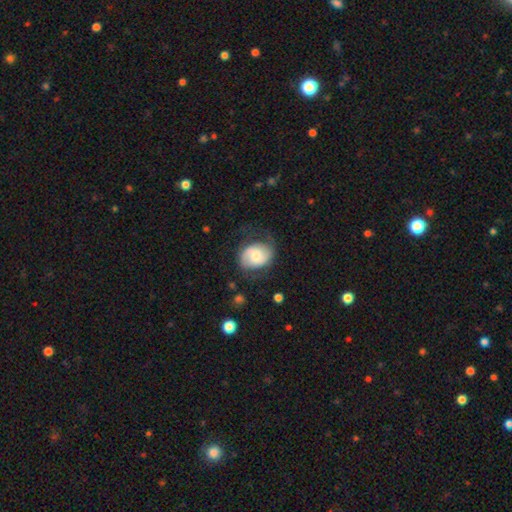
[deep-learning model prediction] smooth-or-featured: featured or disk: 56% | smooth: 37% | star or artifact: 7%
  disk-edge-on: no: 97% | yes: 3%
    bar: no: 49% | weak: 41% | strong: 10%
    has-spiral-arms: yes: 87% | no: 13%
    bulge-size: moderate: 52% | small: 33% | large: 8% | none: 4% | dominant: 2%
  merging: none: 63% | minor disturbance: 23% | major disturbance: 13% | merger: 1%